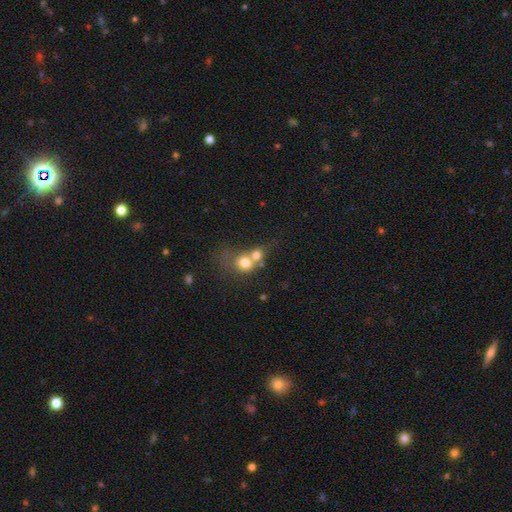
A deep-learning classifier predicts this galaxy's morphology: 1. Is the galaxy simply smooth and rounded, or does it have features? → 60% smooth, 21% star or artifact, 19% featured or disk.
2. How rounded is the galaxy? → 74% round, 24% in between, 2% cigar-shaped.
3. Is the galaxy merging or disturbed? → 59% merger, 26% none, 8% major disturbance, 8% minor disturbance.